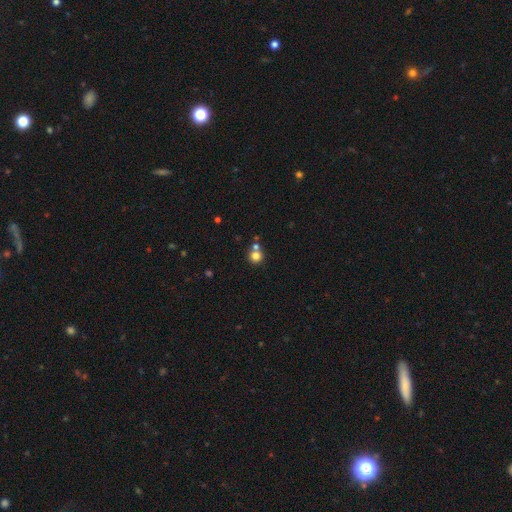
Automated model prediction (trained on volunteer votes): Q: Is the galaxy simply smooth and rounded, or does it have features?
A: smooth — 79%.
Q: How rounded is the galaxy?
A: round — 91%.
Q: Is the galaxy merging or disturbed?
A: none — 60%.